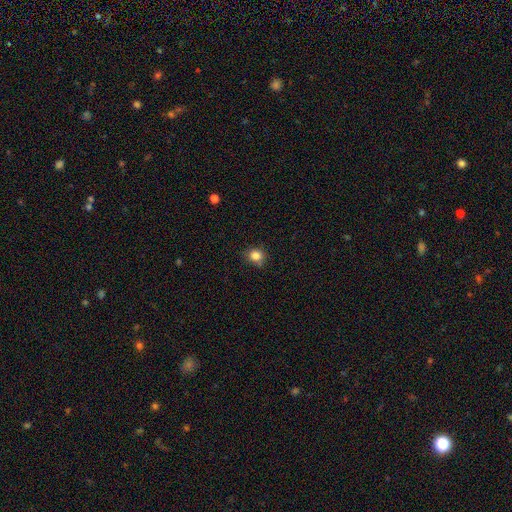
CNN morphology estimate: This is clearly a smooth galaxy (83%). How rounded: likely round (78%). Merging: likely none (75%).